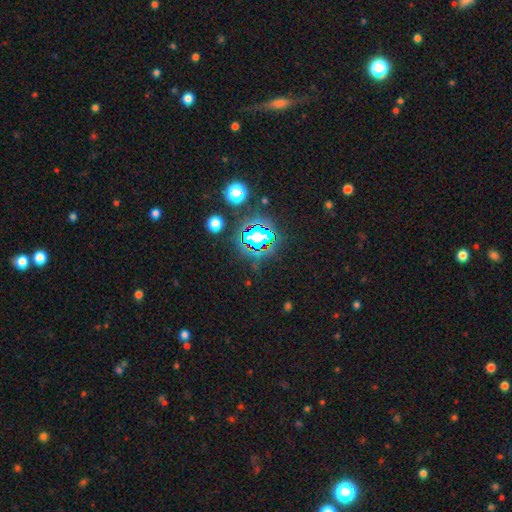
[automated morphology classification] This is likely a star or artifact rather than a galaxy (79%).